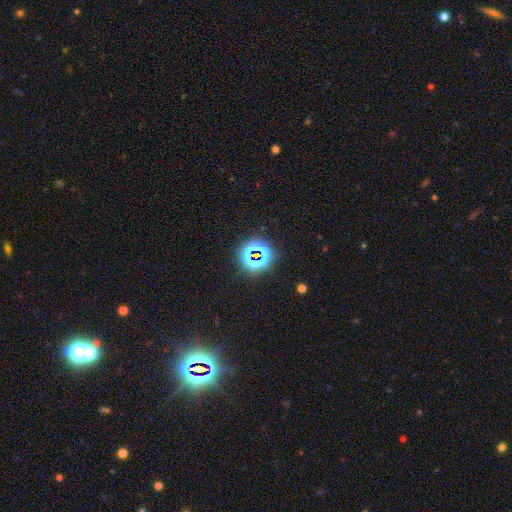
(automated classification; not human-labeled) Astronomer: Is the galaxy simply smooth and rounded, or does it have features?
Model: star or artifact — 69%.